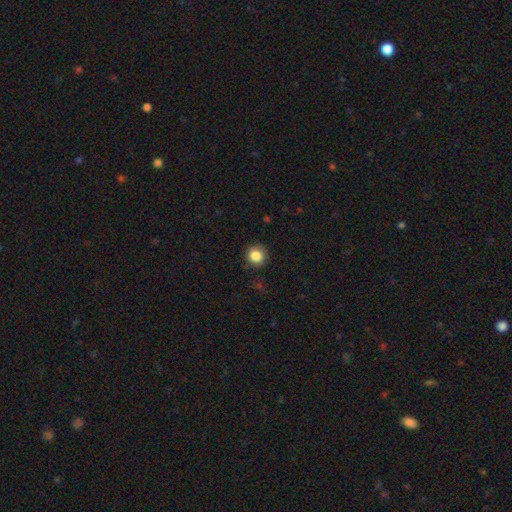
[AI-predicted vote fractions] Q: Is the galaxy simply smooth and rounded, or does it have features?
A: smooth — 85%.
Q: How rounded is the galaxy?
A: round — 91%.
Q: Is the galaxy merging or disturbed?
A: none — 89%.